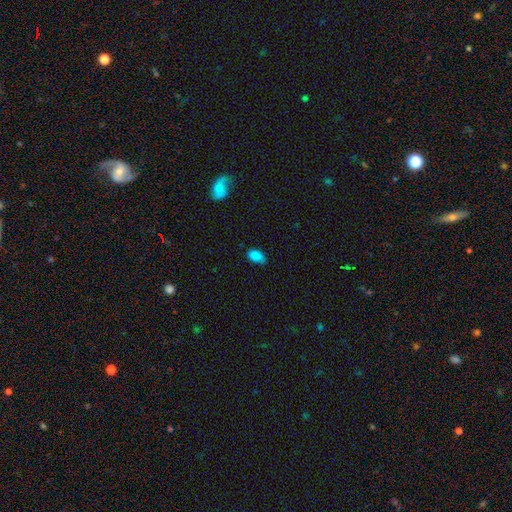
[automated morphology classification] A smooth galaxy with no disk features (86%) that is in between round and cigar-shaped (91%). Merging: none (66%).